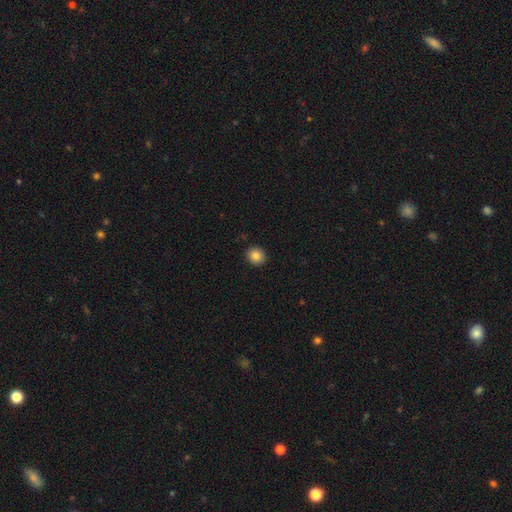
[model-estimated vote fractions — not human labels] Overall: smooth (84%). How rounded: round (85%). Merging: none (92%).